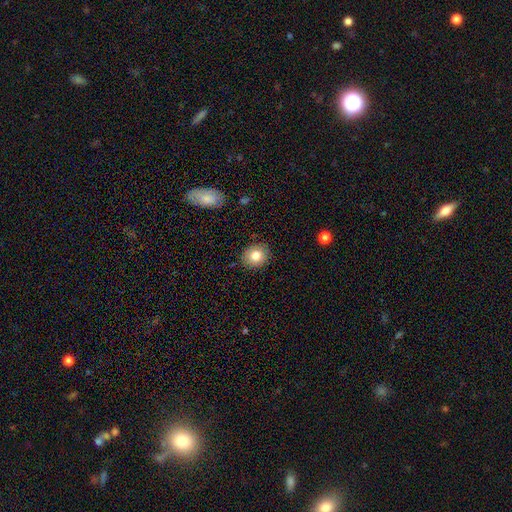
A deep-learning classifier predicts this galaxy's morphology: Smooth or featured: smooth — 80% (featured or disk — 10%)
How rounded: round — 77% (in between — 22%)
Merging: none — 89% (minor disturbance — 8%)